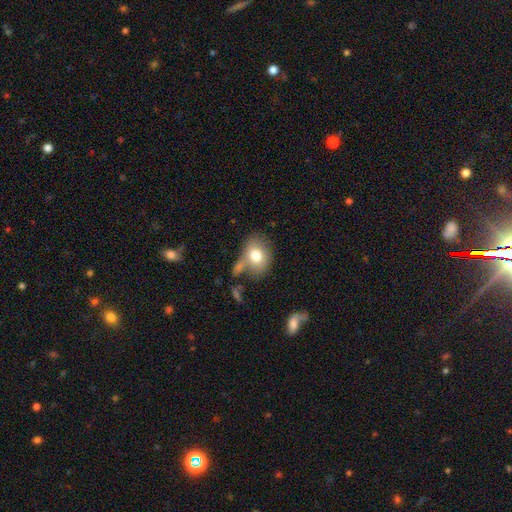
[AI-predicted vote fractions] smooth 76%, featured or disk 16%, star or artifact 8%. Down the decision tree: how rounded — in between (65%); merging — none (51%).